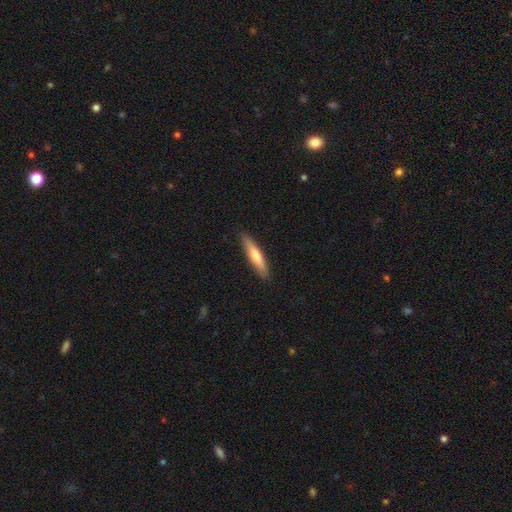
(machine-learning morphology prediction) Smooth or featured: smooth — 64% (featured or disk — 30%)
How rounded: cigar-shaped — 88% (in between — 11%)
Merging: none — 89% (minor disturbance — 9%)